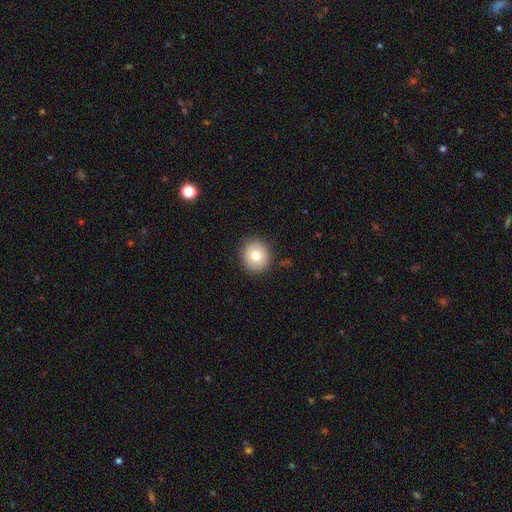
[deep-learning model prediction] Smooth or featured? smooth (80%)
How rounded? round (86%)
Merging? none (89%)